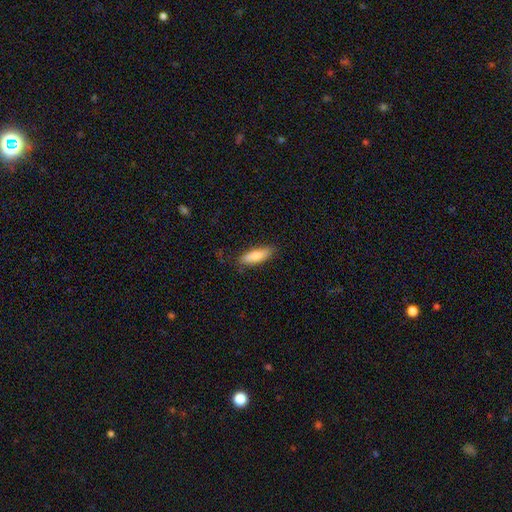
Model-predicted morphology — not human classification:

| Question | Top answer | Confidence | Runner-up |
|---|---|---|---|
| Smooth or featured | smooth | 77% | featured or disk (17%) |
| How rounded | in between | 51% | cigar-shaped (47%) |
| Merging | none | 83% | minor disturbance (13%) |